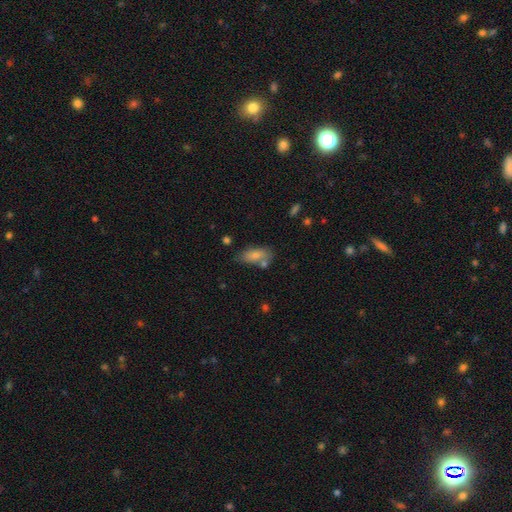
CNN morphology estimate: smooth-or-featured: smooth: 78% | featured or disk: 15% | star or artifact: 8%
  how-rounded: in between: 86% | cigar-shaped: 10% | round: 3%
  merging: none: 56% | minor disturbance: 21% | merger: 17% | major disturbance: 6%